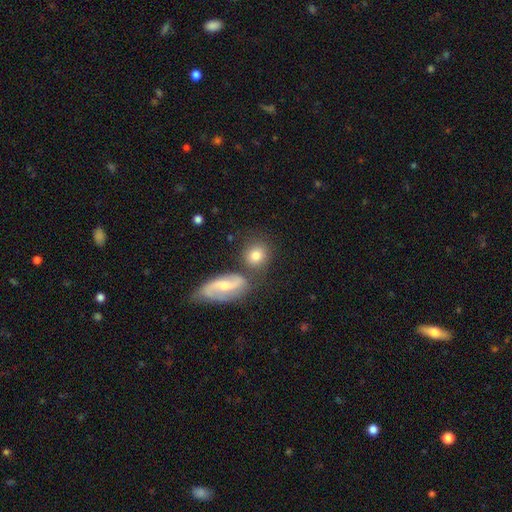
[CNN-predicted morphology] Overall: smooth (73%). How rounded: round (76%). Merging: none (67%).